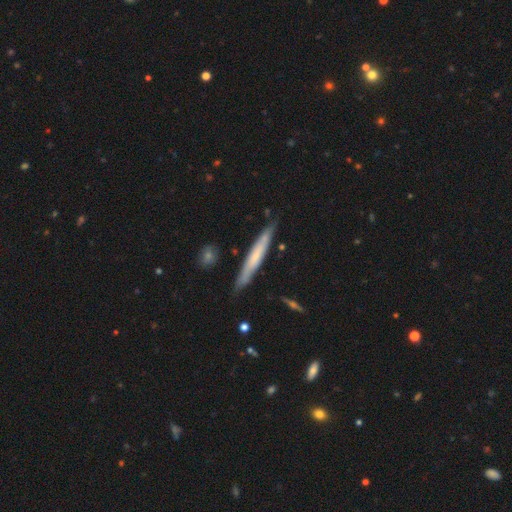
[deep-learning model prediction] Q: Smooth or featured?
A: featured or disk (47%); tied with: smooth (47%)
Q: Merging?
A: none (84%); runner-up: minor disturbance (12%)